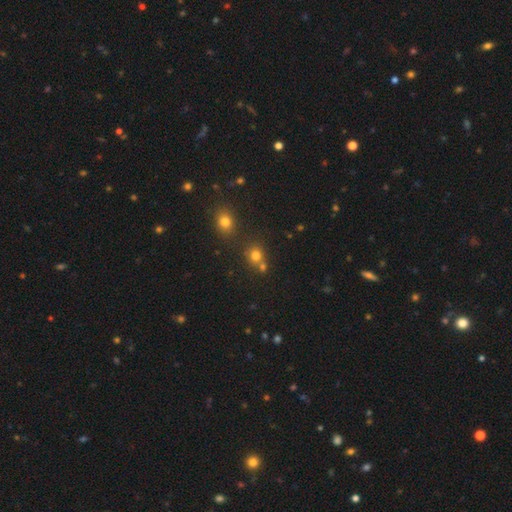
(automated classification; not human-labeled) Smooth or featured? smooth (75%)
How rounded? round (83%)
Merging? none (60%)